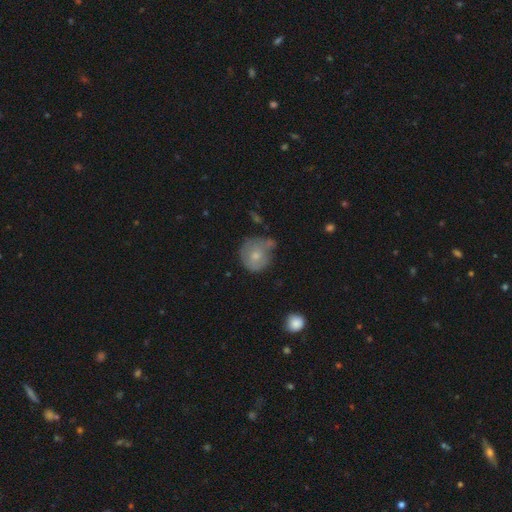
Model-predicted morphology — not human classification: The model was most divided on "merging": none: 47%, minor disturbance: 31%, major disturbance: 12%, merger: 10%. More confident: how rounded — round (82%); smooth or featured — smooth (67%).